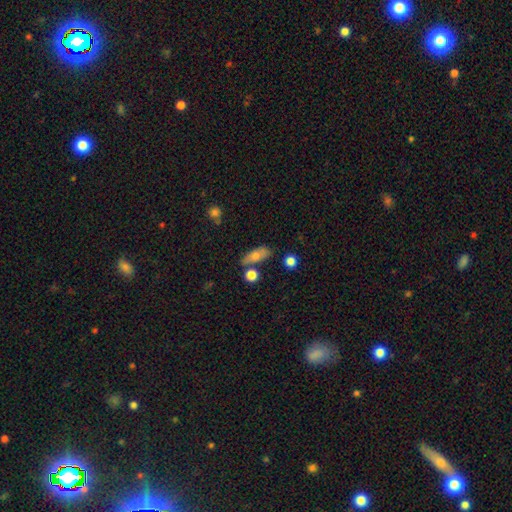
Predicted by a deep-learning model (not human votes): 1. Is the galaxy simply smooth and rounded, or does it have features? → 66% smooth, 25% featured or disk, 9% star or artifact.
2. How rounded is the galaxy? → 70% in between, 23% cigar-shaped, 7% round.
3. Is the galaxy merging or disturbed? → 67% none, 18% minor disturbance, 10% merger, 5% major disturbance.